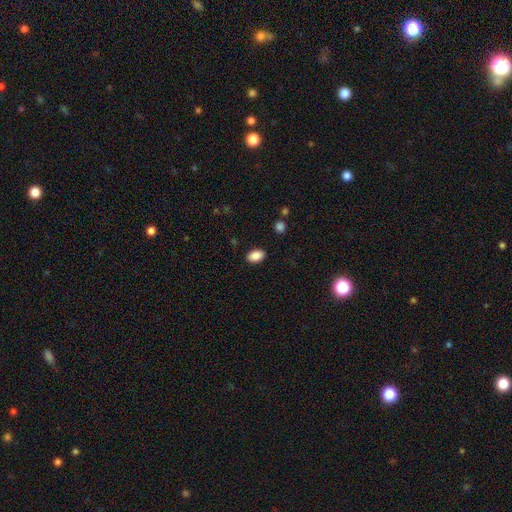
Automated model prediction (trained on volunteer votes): A smooth galaxy with no disk features (88%) that is in between round and cigar-shaped (88%).

Vote fractions:
- Smooth or featured? smooth: 88% / star or artifact: 8% / featured or disk: 4%
- How rounded? in between: 88% / round: 11% / cigar-shaped: 1%
- Merging? none: 88% / minor disturbance: 8% / major disturbance: 2% / merger: 1%